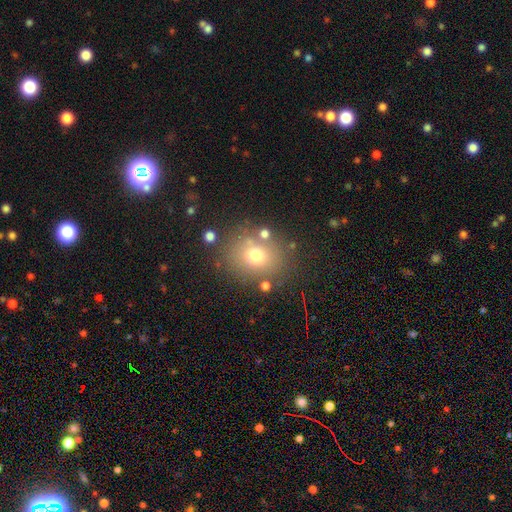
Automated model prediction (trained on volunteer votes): This is likely a smooth galaxy (69%). How rounded: likely round (66%). Merging: likely none (79%).